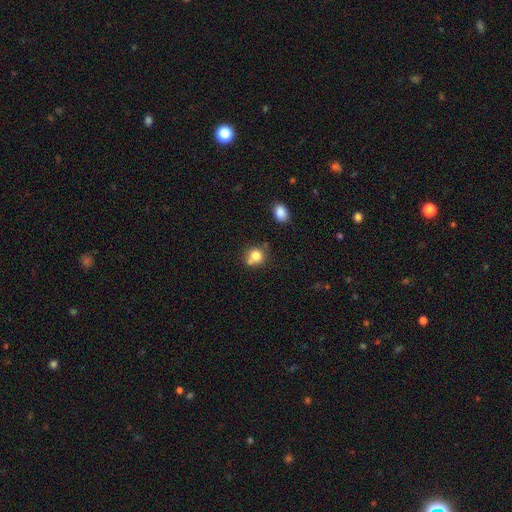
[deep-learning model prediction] A smooth galaxy with no disk features (78%) that is round (80%). Merging: none (55%).